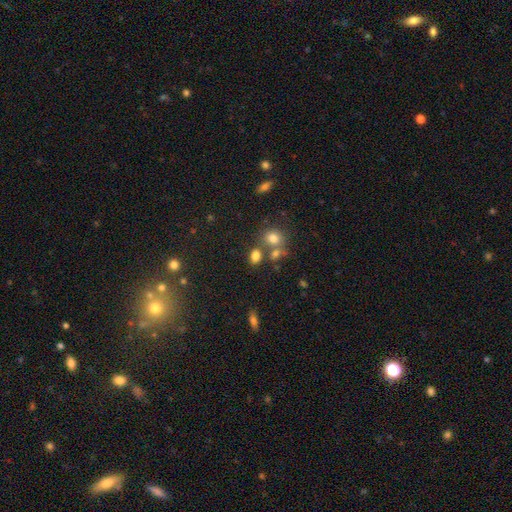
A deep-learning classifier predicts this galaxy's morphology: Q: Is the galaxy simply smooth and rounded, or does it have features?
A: smooth — 77%.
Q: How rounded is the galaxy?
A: in between — 66%.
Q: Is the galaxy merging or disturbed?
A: none — 59%.